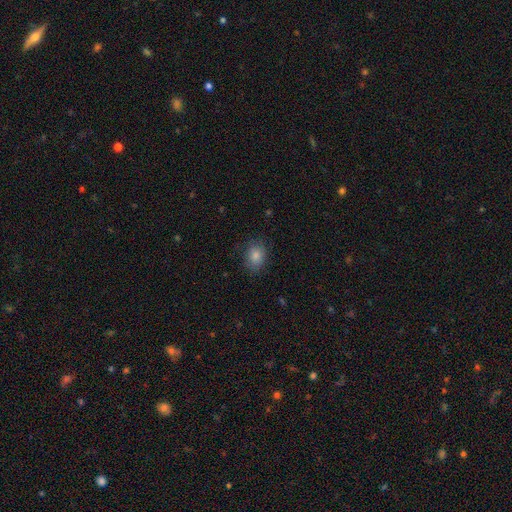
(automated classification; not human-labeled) Overall: smooth (84%). How rounded: in between (67%; round 32%). Merging: none (80%).